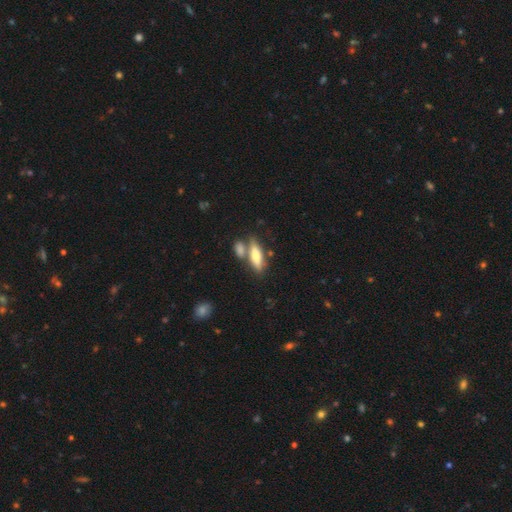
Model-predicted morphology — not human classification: A smooth galaxy with no disk features (67%) that is in between round and cigar-shaped (51%). Merging: none (54%).